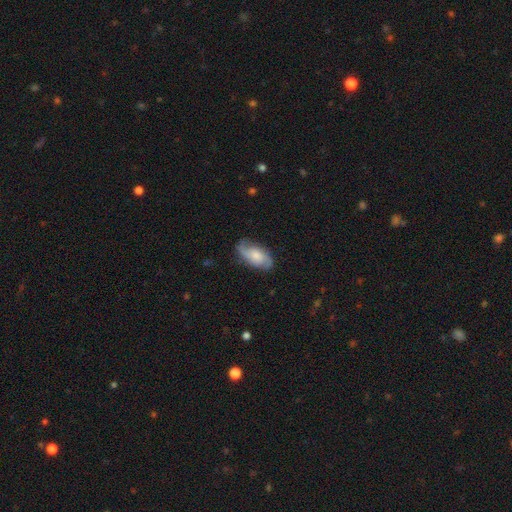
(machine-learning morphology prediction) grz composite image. It shows a featured or disk galaxy (56%) with no bar (65%), spiral arms (90%) and a moderate central bulge (41%). Merging: none (70%).